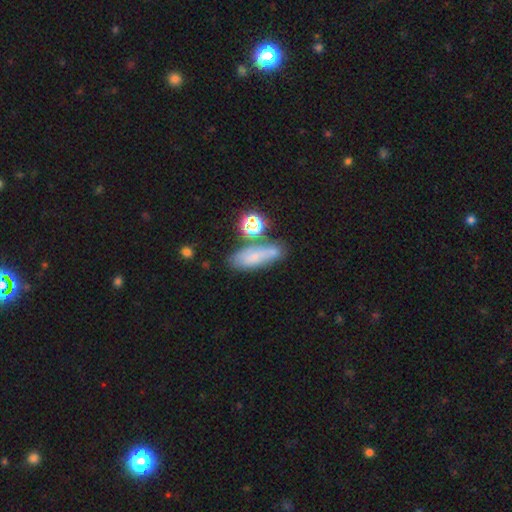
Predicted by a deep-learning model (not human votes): Smooth or featured?
  - smooth: 63% *
  - featured or disk: 20%
  - star or artifact: 16%
How rounded?
  - in between: 50% *
  - cigar-shaped: 37%
  - round: 13%
Merging?
  - none: 54% *
  - minor disturbance: 19%
  - merger: 18%
  - major disturbance: 8%